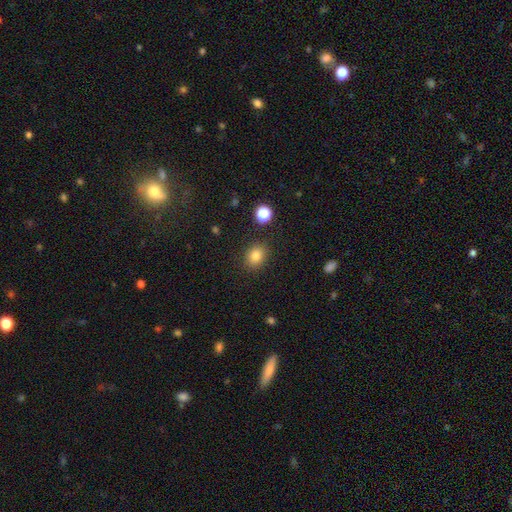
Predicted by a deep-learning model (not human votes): Smooth or featured? smooth (82%)
How rounded? round (53%)
Merging? none (87%)